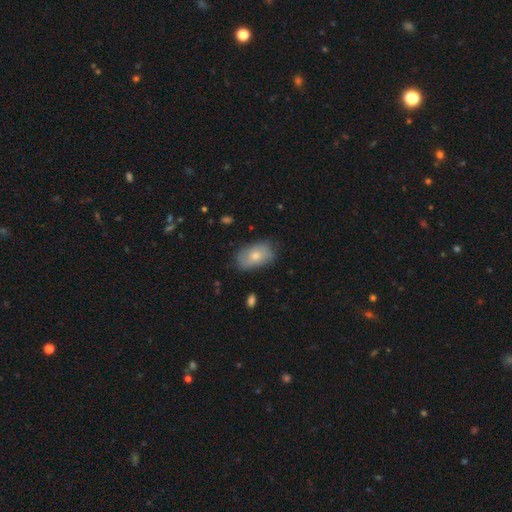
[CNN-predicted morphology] Smooth or featured? smooth (73%)
How rounded? in between (91%)
Merging? none (76%)